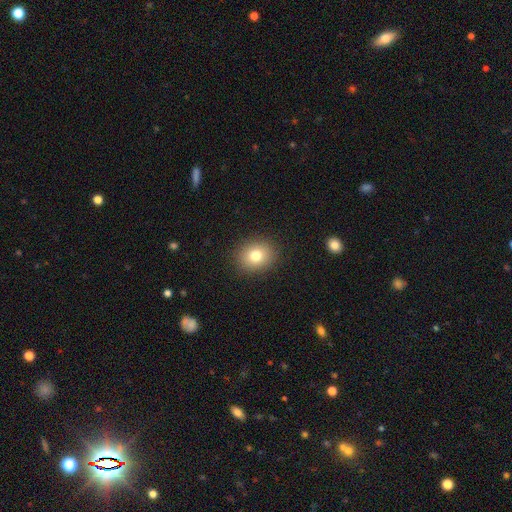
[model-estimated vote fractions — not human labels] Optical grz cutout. It shows a smooth galaxy with no disk features (79%) that is round (63%). Merging: none (90%).